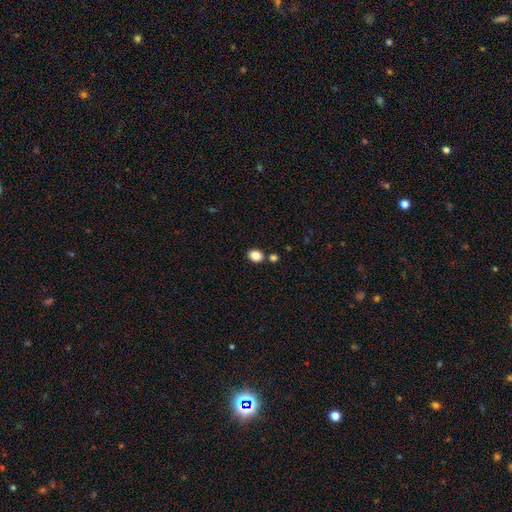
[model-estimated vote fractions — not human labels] Smooth or featured? Predicted: smooth (p=0.86). How rounded? Predicted: in between (p=0.56). Merging? Predicted: none (p=0.79).